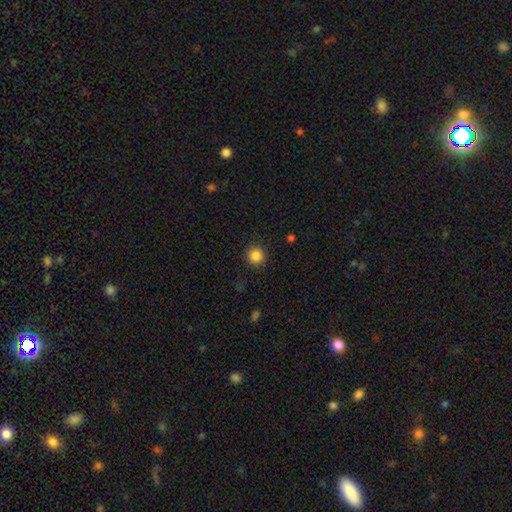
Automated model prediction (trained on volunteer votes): smooth-or-featured: smooth: 85% | star or artifact: 11% | featured or disk: 4%
  how-rounded: round: 93% | in between: 6% | cigar-shaped: 1%
  merging: none: 90% | minor disturbance: 6% | major disturbance: 2% | merger: 1%